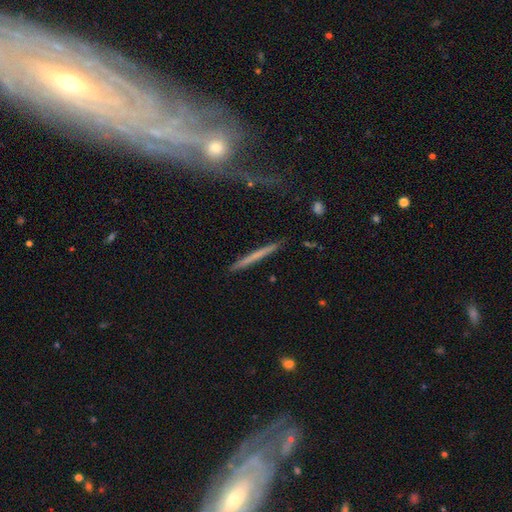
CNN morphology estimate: This appears to be a smooth galaxy with no disk features (49%). Merging: none (88%).